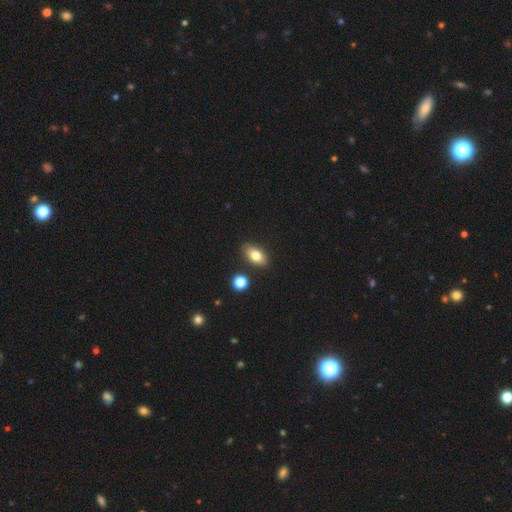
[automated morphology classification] This appears to be a smooth galaxy with no disk features (78%) that is in between round and cigar-shaped (89%). Merging: none (85%).